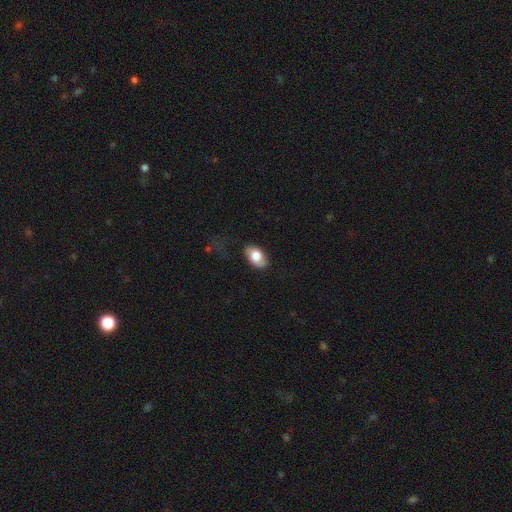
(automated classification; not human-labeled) This is likely a smooth galaxy (72%). How rounded: clearly in between (90%). Merging: likely none (74%).